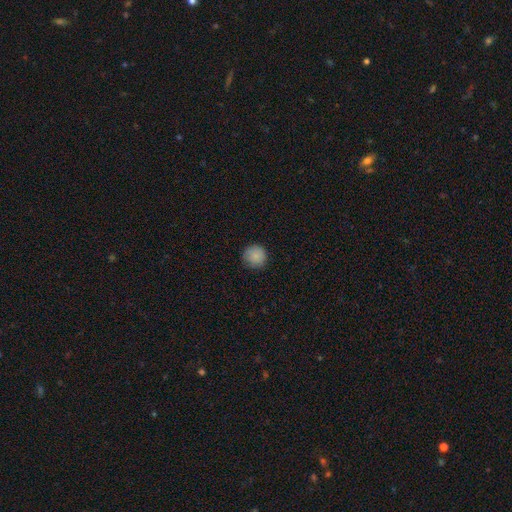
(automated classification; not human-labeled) Morphology: type=smooth (87%); roundness=round (94%); merging=none (86%).